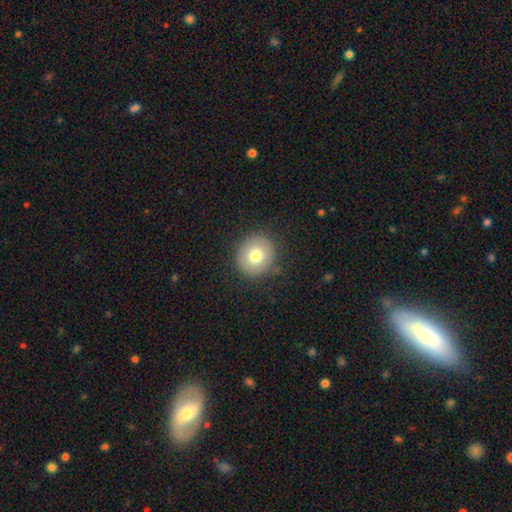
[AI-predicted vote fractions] smooth 74%, featured or disk 17%, star or artifact 9%. Down the decision tree: how rounded — round (87%); merging — none (86%).